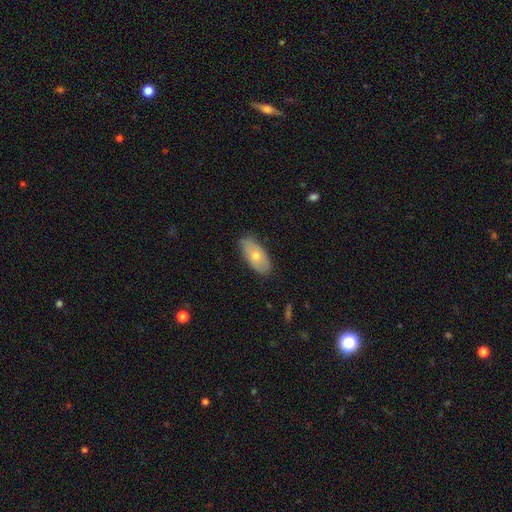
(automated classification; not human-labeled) Smooth or featured?
  - smooth: 56% *
  - featured or disk: 36%
  - star or artifact: 7%
How rounded?
  - in between: 90% *
  - cigar-shaped: 6%
  - round: 4%
Merging?
  - none: 81% *
  - minor disturbance: 15%
  - major disturbance: 2%
  - merger: 1%